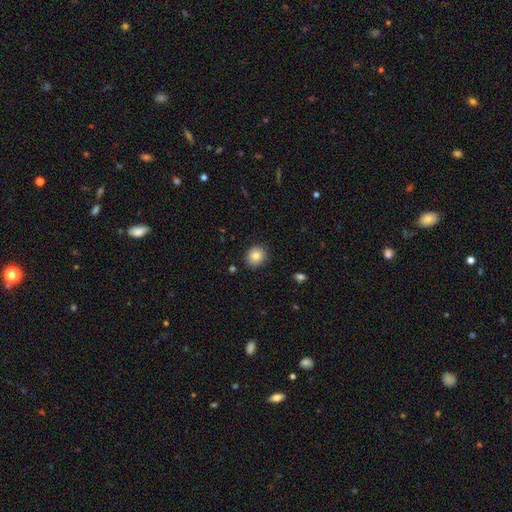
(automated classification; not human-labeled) The model was most divided on "how rounded": round: 74%, in between: 25%, cigar-shaped: 1%. More confident: merging — none (88%); smooth or featured — smooth (83%).